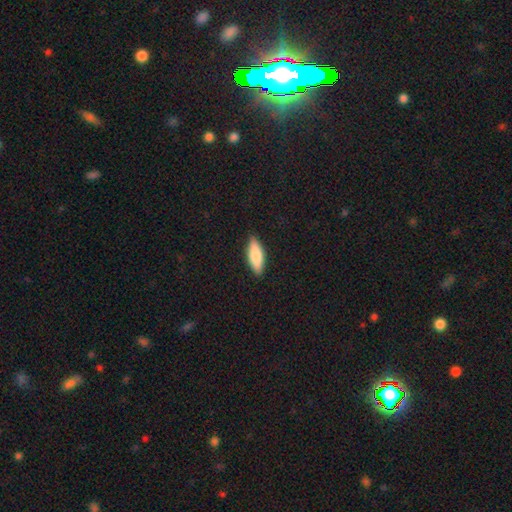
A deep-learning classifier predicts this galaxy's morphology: smooth 79%, featured or disk 15%, star or artifact 5%. Down the decision tree: how rounded — in between (58%); merging — none (88%).